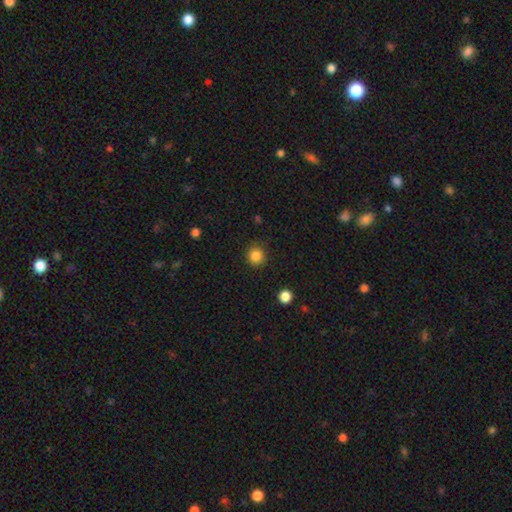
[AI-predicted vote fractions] This is clearly a smooth galaxy (85%). How rounded: clearly round (92%). Merging: clearly none (89%).